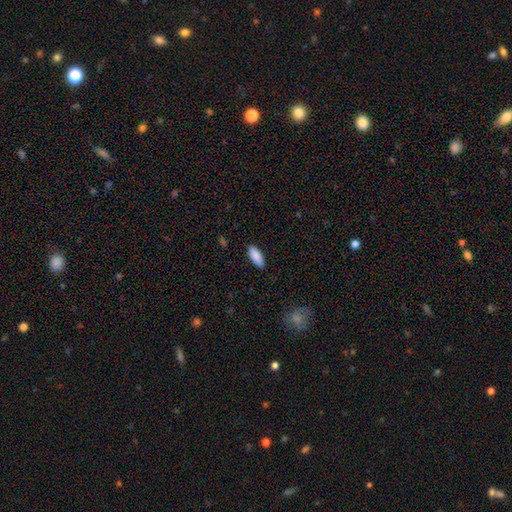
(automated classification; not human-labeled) The model was most divided on "how rounded": in between: 78%, cigar-shaped: 21%, round: 2%. More confident: smooth or featured — smooth (89%); merging — none (87%).